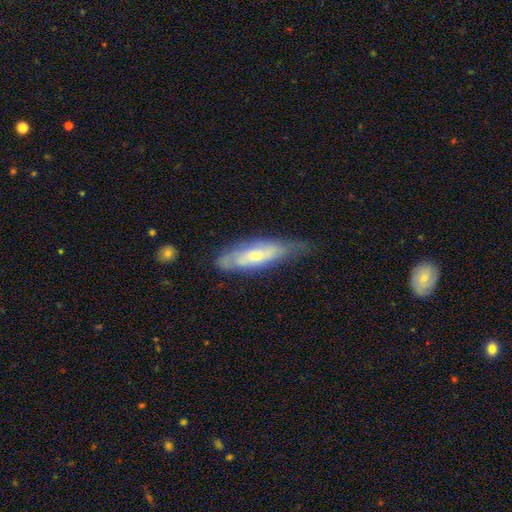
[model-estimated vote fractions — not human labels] Overall: featured or disk (54%; smooth 40%). Edge-on disk: no (69%; yes 31%). Merging: none (55%; minor disturbance 33%).